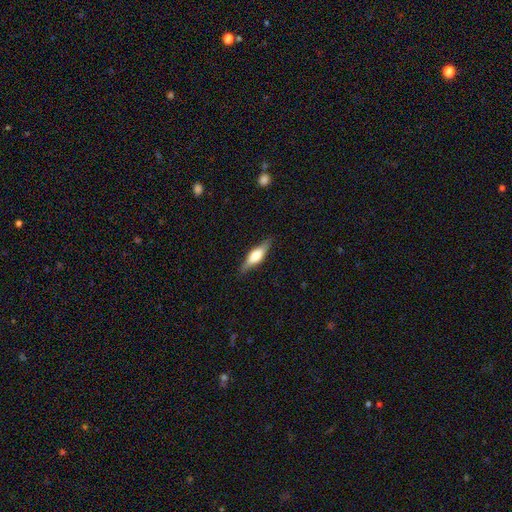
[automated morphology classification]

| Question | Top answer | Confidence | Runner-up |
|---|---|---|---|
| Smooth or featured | featured or disk | 47% | smooth (46%) |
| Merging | none | 84% | minor disturbance (12%) |